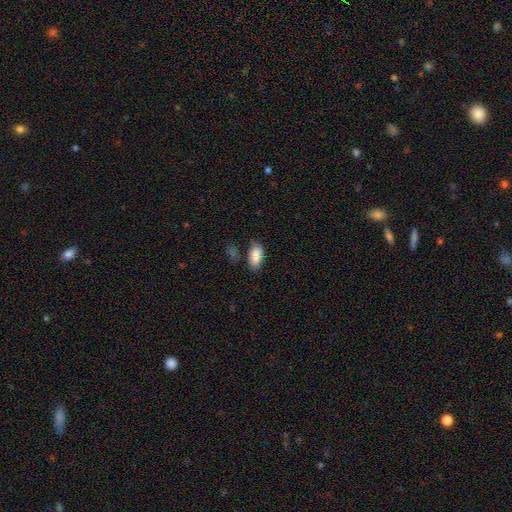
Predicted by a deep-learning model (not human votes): smooth 86%, star or artifact 7%, featured or disk 7%. Down the decision tree: how rounded — in between (92%); merging — none (71%).